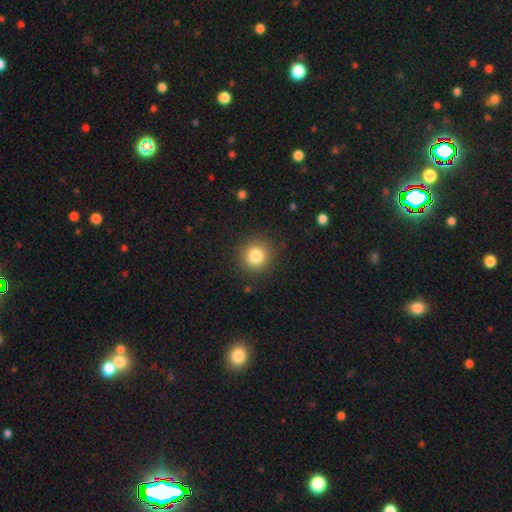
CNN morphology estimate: Smooth or featured: smooth — 82% (star or artifact — 11%)
How rounded: round — 92% (in between — 7%)
Merging: none — 89% (minor disturbance — 7%)